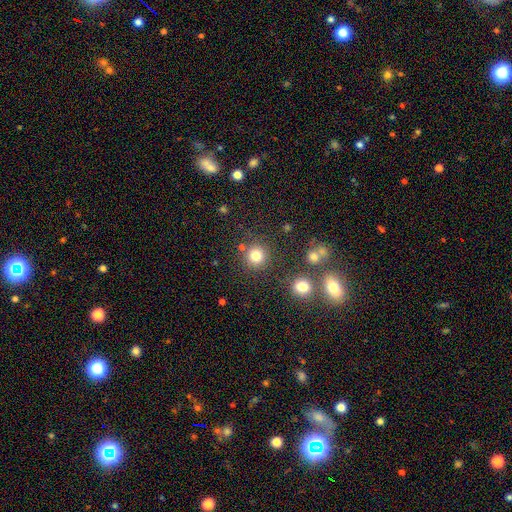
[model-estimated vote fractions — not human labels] Smooth or featured? smooth (80%)
How rounded? round (93%)
Merging? none (83%)